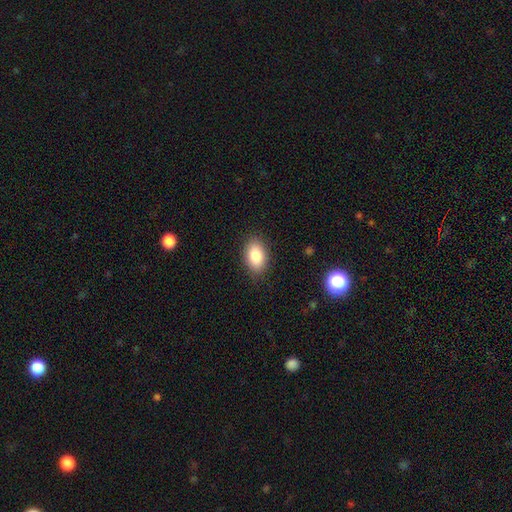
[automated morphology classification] smooth 84%, featured or disk 8%, star or artifact 8%. Down the decision tree: how rounded — in between (90%); merging — none (87%).